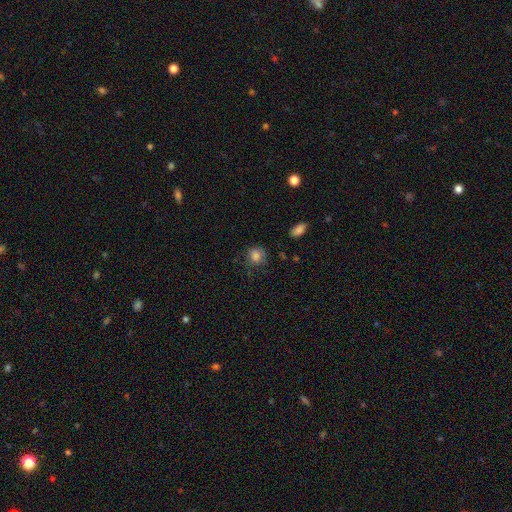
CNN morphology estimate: The model was most divided on "merging": none: 67%, minor disturbance: 22%, major disturbance: 9%, merger: 2%. More confident: smooth or featured — smooth (82%); how rounded — round (79%).